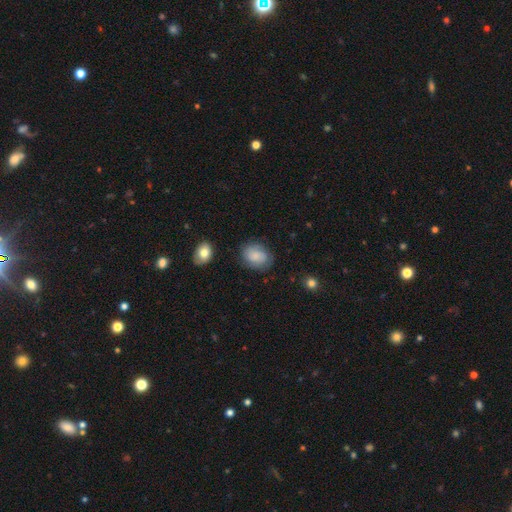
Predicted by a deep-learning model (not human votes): A smooth galaxy with no disk features (67%) that is in between round and cigar-shaped (64%). Merging: none (75%).